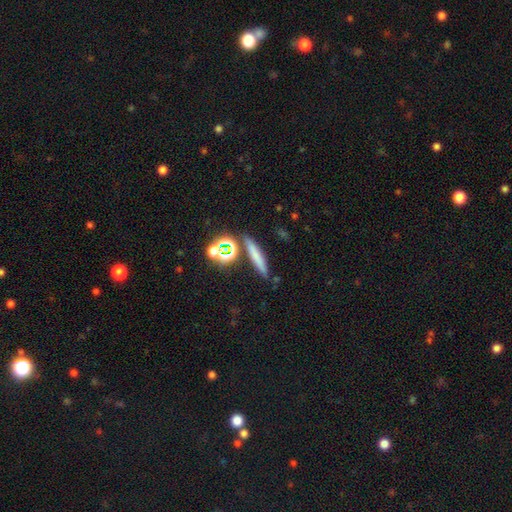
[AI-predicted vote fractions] Overall: smooth (66%). How rounded: cigar-shaped (82%). Merging: none (81%).